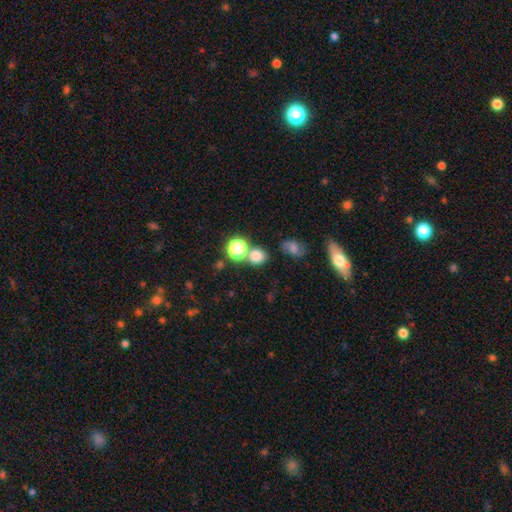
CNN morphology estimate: Smooth or featured?
  - smooth: 74% *
  - star or artifact: 18%
  - featured or disk: 8%
How rounded?
  - round: 77% *
  - in between: 22%
  - cigar-shaped: 1%
Merging?
  - none: 61% *
  - merger: 25%
  - minor disturbance: 9%
  - major disturbance: 4%